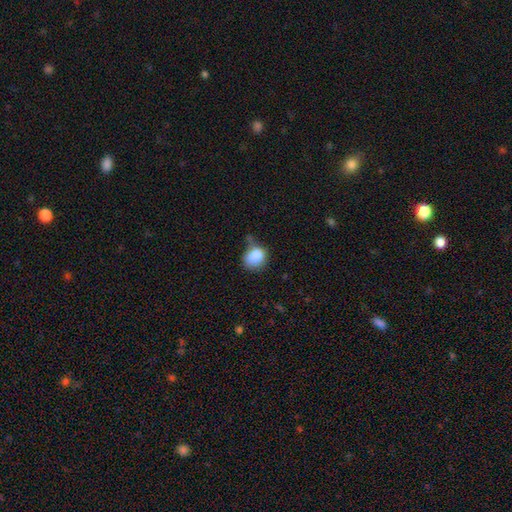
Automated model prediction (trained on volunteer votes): smooth-or-featured: smooth: 84% | star or artifact: 9% | featured or disk: 7%
  how-rounded: round: 54% | in between: 45% | cigar-shaped: 1%
  merging: none: 43% | minor disturbance: 35% | major disturbance: 14% | merger: 9%